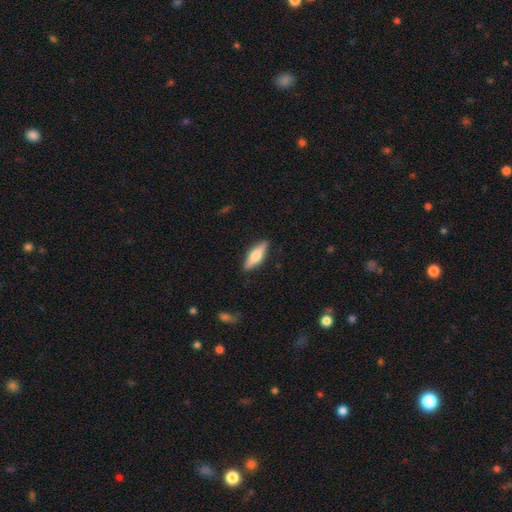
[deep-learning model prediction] Q: Smooth or featured?
A: smooth (49%); runner-up: featured or disk (45%)
Q: Merging?
A: none (88%); runner-up: minor disturbance (9%)